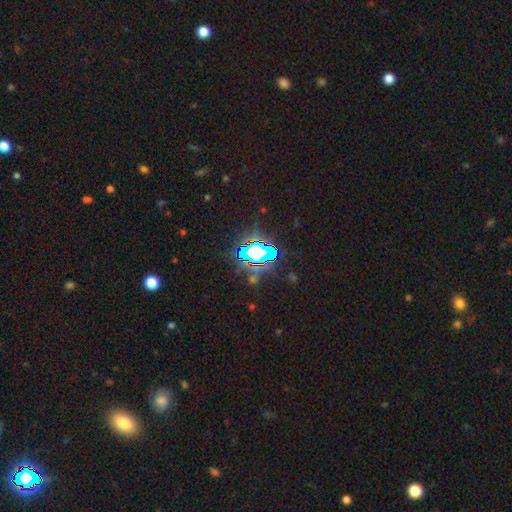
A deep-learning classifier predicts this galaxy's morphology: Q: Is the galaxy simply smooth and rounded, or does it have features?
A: star or artifact — 74%.